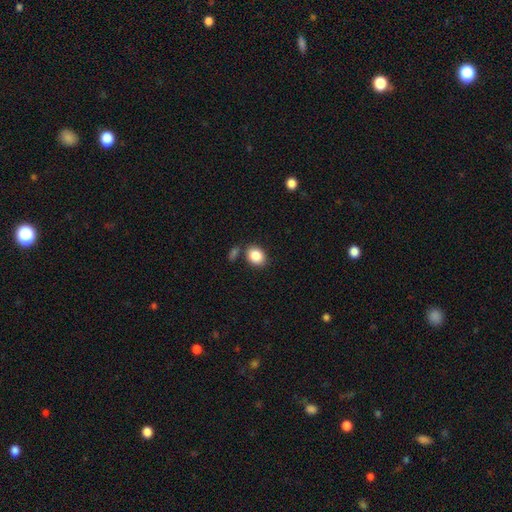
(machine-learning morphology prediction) type=smooth (87%); roundness=in between (59%); merging=none (73%).